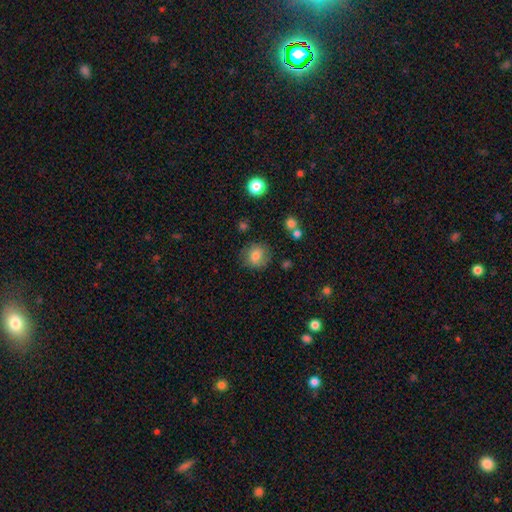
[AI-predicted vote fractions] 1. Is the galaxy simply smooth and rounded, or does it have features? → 80% smooth, 10% featured or disk, 10% star or artifact.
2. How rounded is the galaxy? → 81% round, 18% in between, 1% cigar-shaped.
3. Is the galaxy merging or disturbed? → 79% none, 14% minor disturbance, 5% major disturbance, 3% merger.